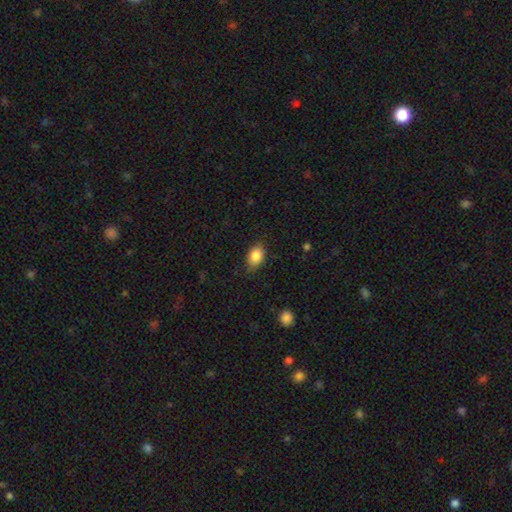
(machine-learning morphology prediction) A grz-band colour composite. It shows a smooth galaxy with no disk features (85%) that is in between round and cigar-shaped (84%). Merging: none (80%).